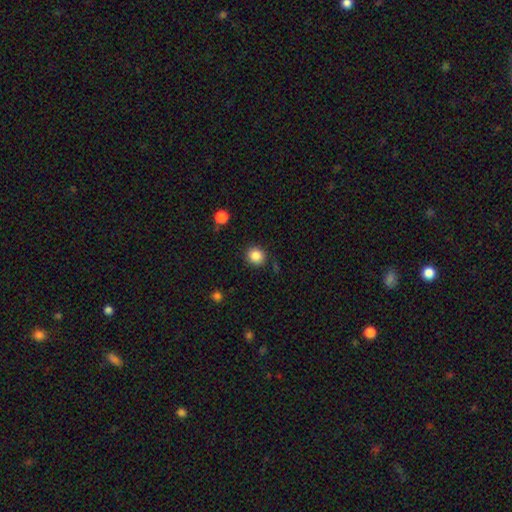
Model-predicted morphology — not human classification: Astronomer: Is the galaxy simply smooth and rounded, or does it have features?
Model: smooth — 86%.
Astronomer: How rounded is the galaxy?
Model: round — 87%.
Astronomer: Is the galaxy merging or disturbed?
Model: none — 87%.